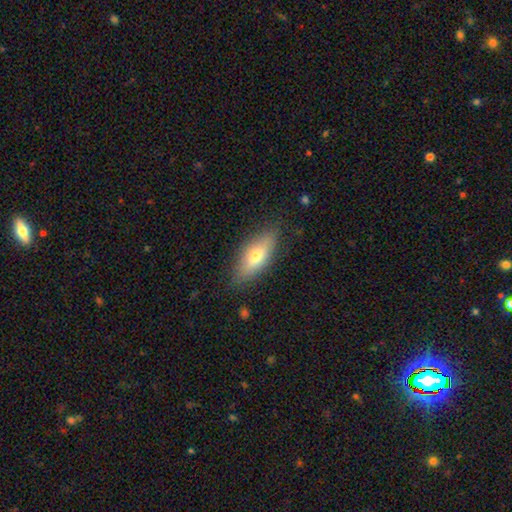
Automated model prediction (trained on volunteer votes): Morphology: type=smooth (64%); roundness=in between (69%); merging=none (83%).